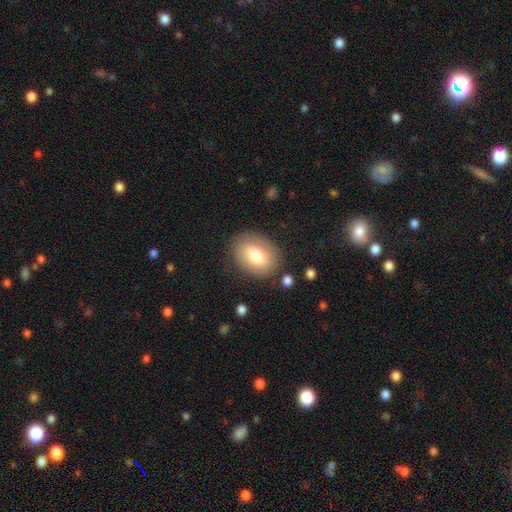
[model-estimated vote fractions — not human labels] The model was most divided on "how rounded": in between: 66%, round: 33%, cigar-shaped: 1%. More confident: merging — none (82%); smooth or featured — smooth (73%).